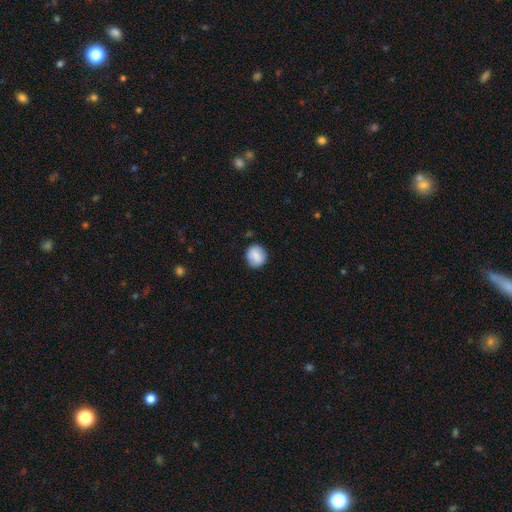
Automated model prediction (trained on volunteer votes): smooth 80%, featured or disk 12%, star or artifact 7%. Down the decision tree: how rounded — round (83%); merging — none (84%).